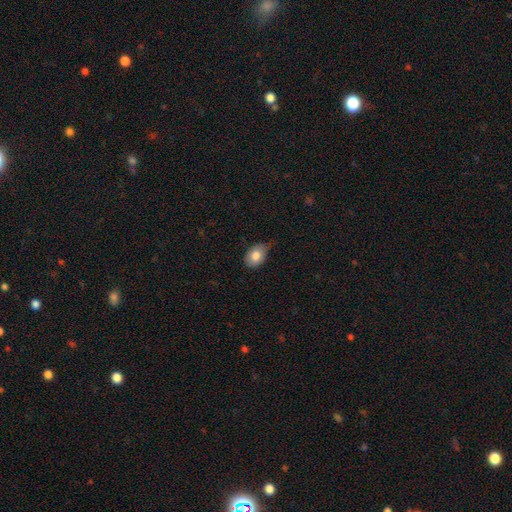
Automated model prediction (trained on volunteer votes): A smooth galaxy with no disk features (81%) that is in between round and cigar-shaped (77%). Merging: none (51%).